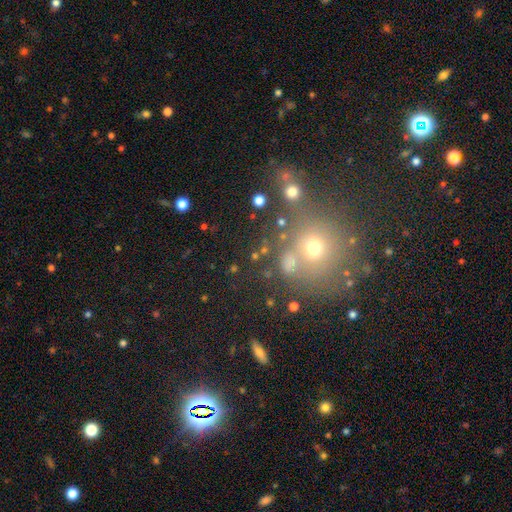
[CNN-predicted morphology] A smooth galaxy with no disk features (53%) that is round (74%). Merging: none (66%).